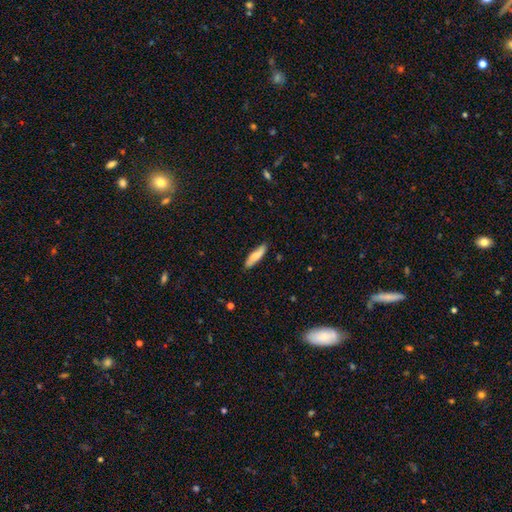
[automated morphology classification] Smooth or featured?
  - smooth: 74% *
  - featured or disk: 20%
  - star or artifact: 6%
How rounded?
  - cigar-shaped: 71% *
  - in between: 27%
  - round: 2%
Merging?
  - none: 84% *
  - minor disturbance: 13%
  - major disturbance: 2%
  - merger: 1%